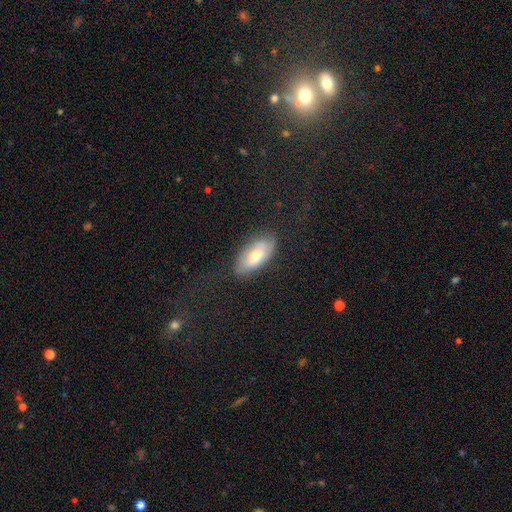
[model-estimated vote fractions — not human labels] Overall: smooth (60%; featured or disk 31%). How rounded: in between (89%). Merging: none (76%).